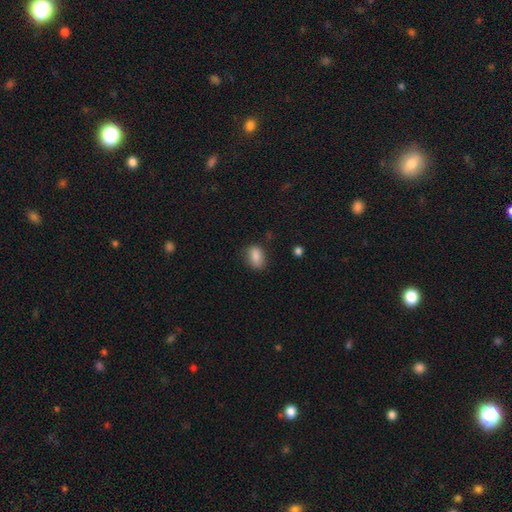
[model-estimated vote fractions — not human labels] Overall: smooth (85%). How rounded: in between (83%). Merging: none (75%).